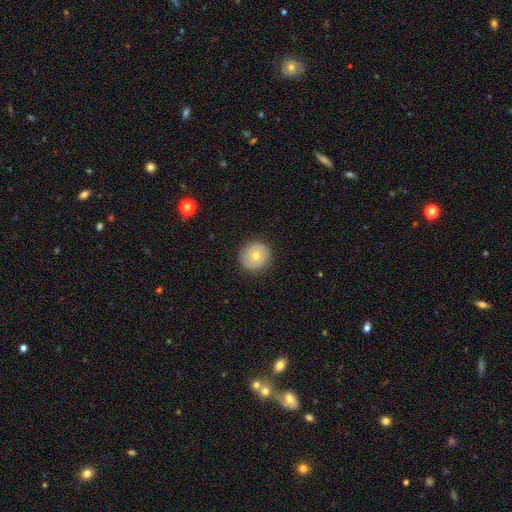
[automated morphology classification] A smooth galaxy with no disk features (64%) that is round (93%).

Vote fractions:
- Smooth or featured? smooth: 64% / featured or disk: 27% / star or artifact: 9%
- How rounded? round: 93% / in between: 6% / cigar-shaped: 1%
- Merging? none: 89% / minor disturbance: 7% / major disturbance: 2% / merger: 1%